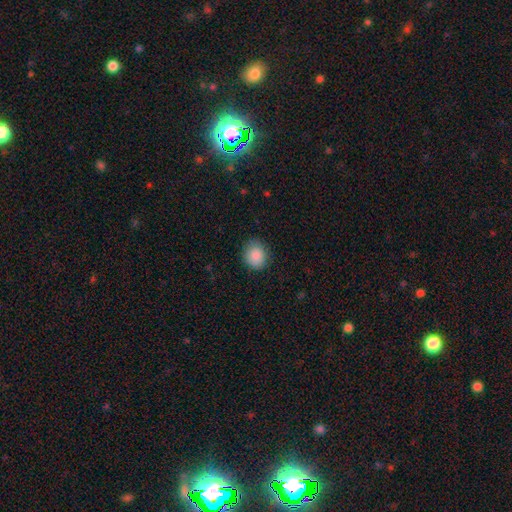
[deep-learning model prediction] smooth-or-featured: smooth: 88% | star or artifact: 8% | featured or disk: 4%
  how-rounded: round: 72% | in between: 27% | cigar-shaped: 1%
  merging: none: 84% | minor disturbance: 12% | major disturbance: 3% | merger: 1%